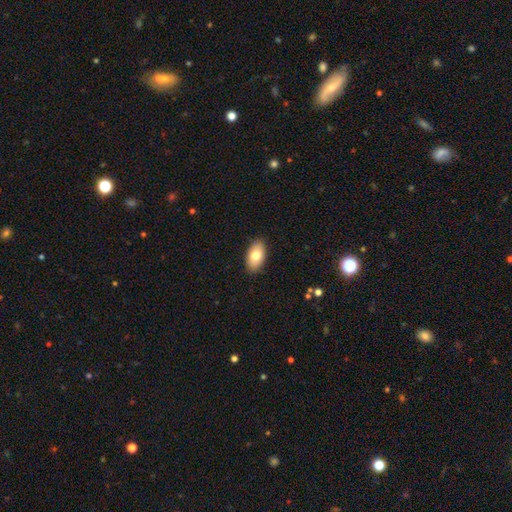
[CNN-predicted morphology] smooth_or_featured: smooth (p=0.79) [alt: featured or disk p=0.15]
how_rounded: in between (p=0.94) [alt: round p=0.05]
merging: none (p=0.88) [alt: minor disturbance p=0.09]